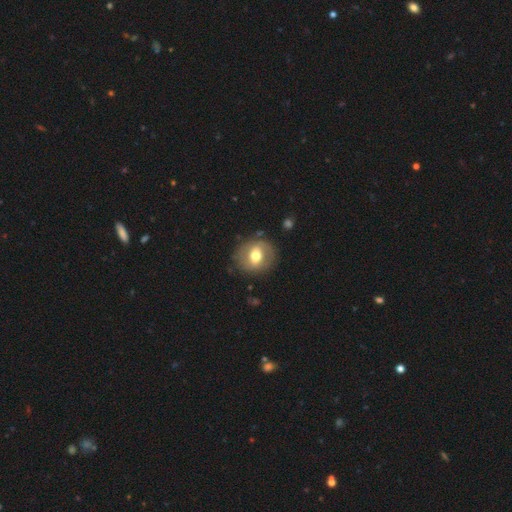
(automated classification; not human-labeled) A smooth galaxy with no disk features (53%) that is round (72%). Merging: none (80%).